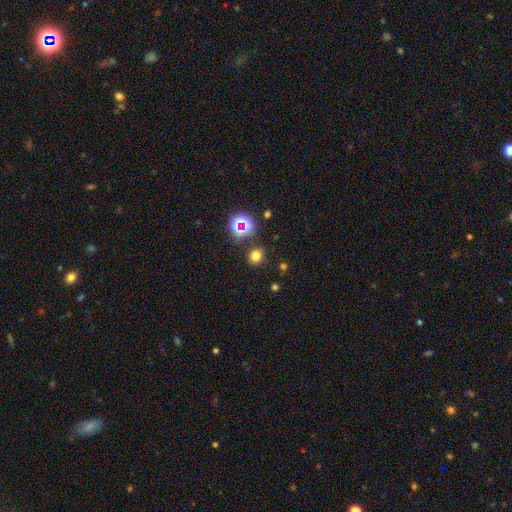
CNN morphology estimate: Overall: smooth (72%). How rounded: round (89%). Merging: none (88%).